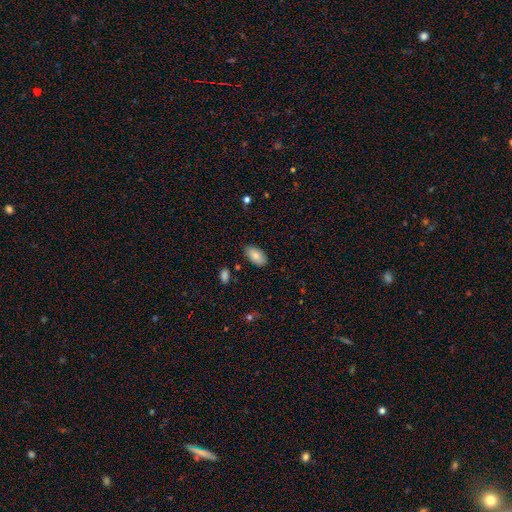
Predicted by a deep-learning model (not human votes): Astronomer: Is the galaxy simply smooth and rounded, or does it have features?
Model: smooth — 84%.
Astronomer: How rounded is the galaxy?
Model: in between — 95%.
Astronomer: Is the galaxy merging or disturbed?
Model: none — 82%.